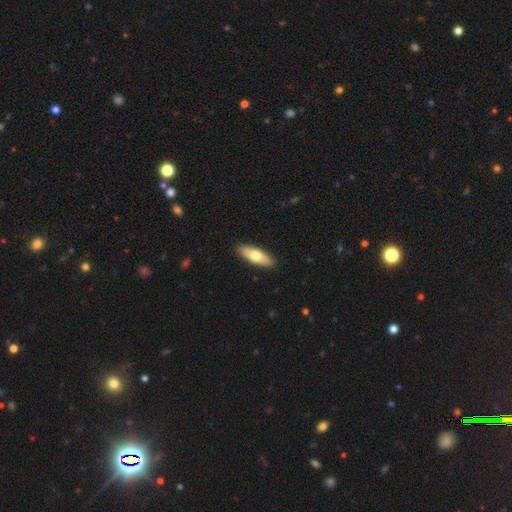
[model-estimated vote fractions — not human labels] Overall: smooth (69%). How rounded: in between (59%; cigar-shaped 39%). Merging: none (90%).